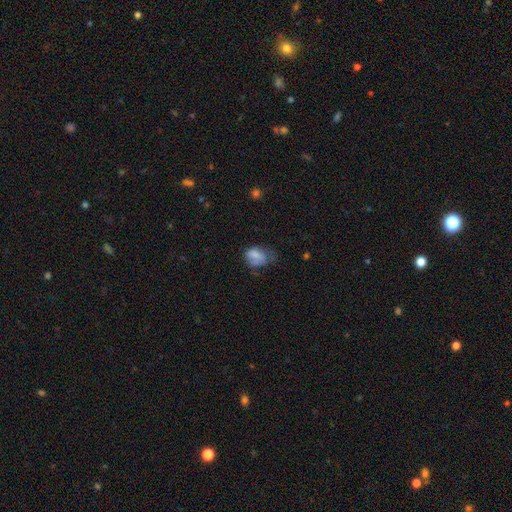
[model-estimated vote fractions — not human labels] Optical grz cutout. It shows a smooth galaxy with no disk features (75%) that is in between round and cigar-shaped (67%). Merging: minor disturbance (37%).